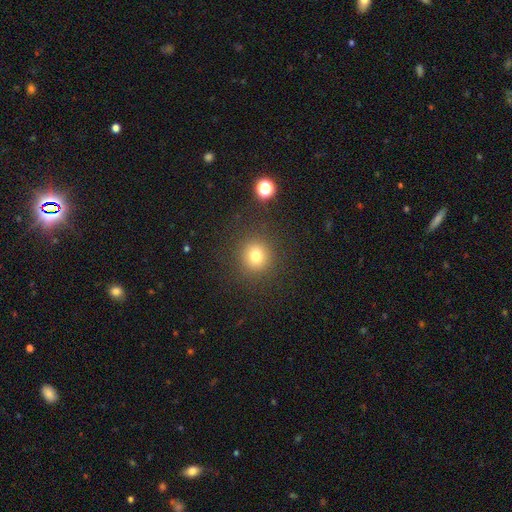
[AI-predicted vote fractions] Q: Smooth or featured?
A: smooth (77%); runner-up: star or artifact (15%)
Q: How rounded?
A: round (92%); runner-up: in between (7%)
Q: Merging?
A: none (88%); runner-up: minor disturbance (7%)